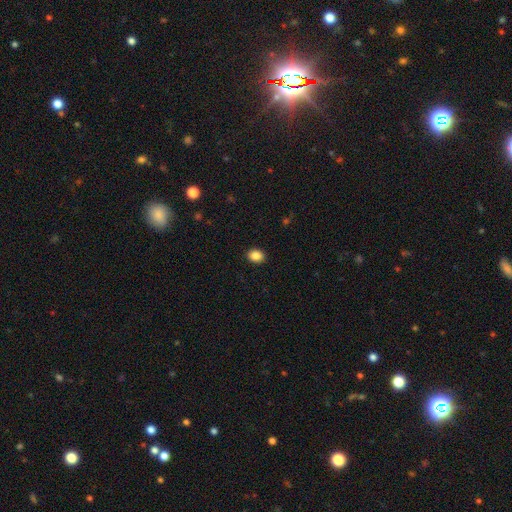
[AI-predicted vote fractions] This appears to be a smooth galaxy with no disk features (87%) that is in between round and cigar-shaped (52%). Merging: none (91%).